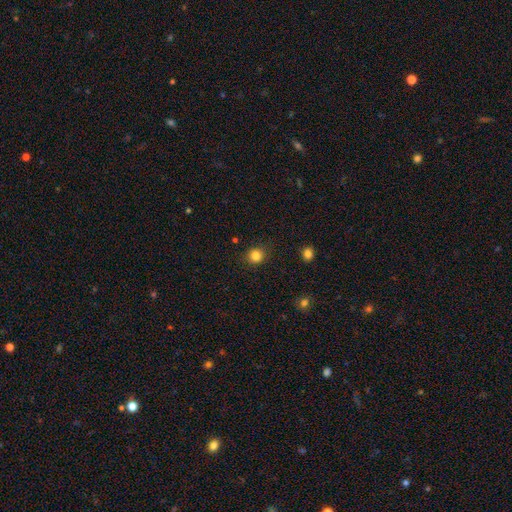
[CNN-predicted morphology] Overall: smooth (84%). How rounded: round (88%). Merging: none (89%).